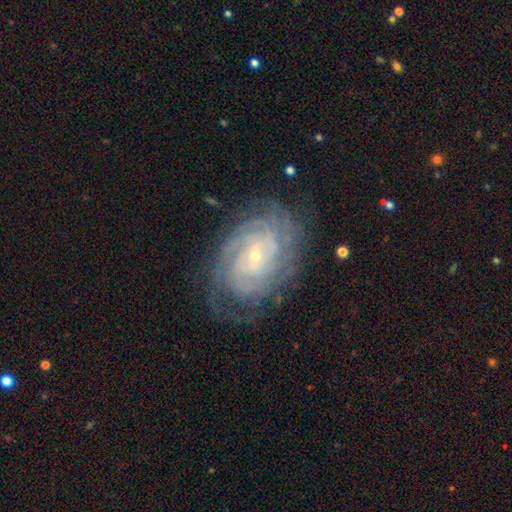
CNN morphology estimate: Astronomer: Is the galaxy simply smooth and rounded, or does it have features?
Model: featured or disk — 85%.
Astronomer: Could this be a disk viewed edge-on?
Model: no — 96%.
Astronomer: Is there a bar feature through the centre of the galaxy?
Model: no — 58%.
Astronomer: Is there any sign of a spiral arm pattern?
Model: yes — 95%.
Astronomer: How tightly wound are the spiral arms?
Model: tight — 73%.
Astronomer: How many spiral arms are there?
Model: can't tell — 35% (runner-up: 2, 17%).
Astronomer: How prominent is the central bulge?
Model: small — 78%.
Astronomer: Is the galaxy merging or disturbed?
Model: none — 70%.